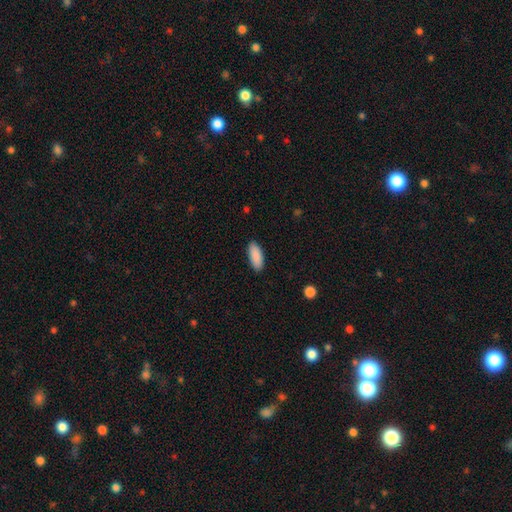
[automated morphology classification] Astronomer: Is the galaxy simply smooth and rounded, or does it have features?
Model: smooth — 91%.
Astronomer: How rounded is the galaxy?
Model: in between — 81%.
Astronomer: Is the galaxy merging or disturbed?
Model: none — 89%.